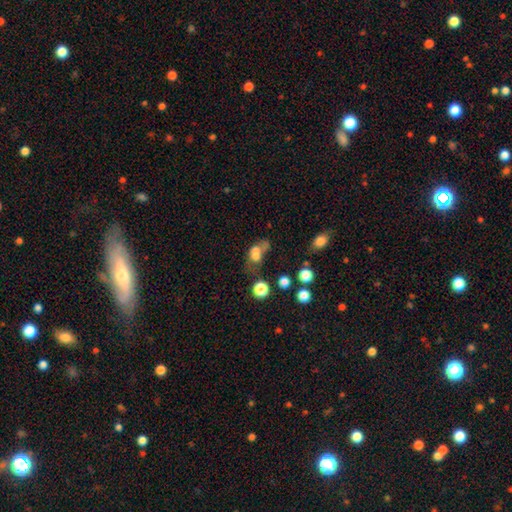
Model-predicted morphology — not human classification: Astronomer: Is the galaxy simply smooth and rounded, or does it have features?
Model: smooth — 66%.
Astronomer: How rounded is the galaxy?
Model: in between — 52% (runner-up: round, 46%).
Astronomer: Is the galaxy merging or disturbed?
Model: merger — 54%.